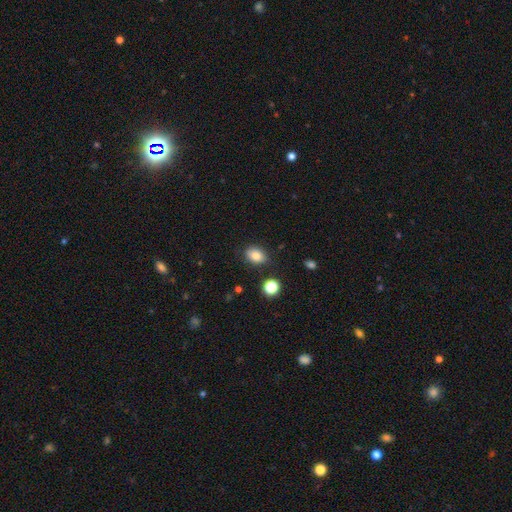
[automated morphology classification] Smooth or featured: smooth — 84% (star or artifact — 10%)
How rounded: in between — 76% (round — 23%)
Merging: none — 81% (minor disturbance — 13%)